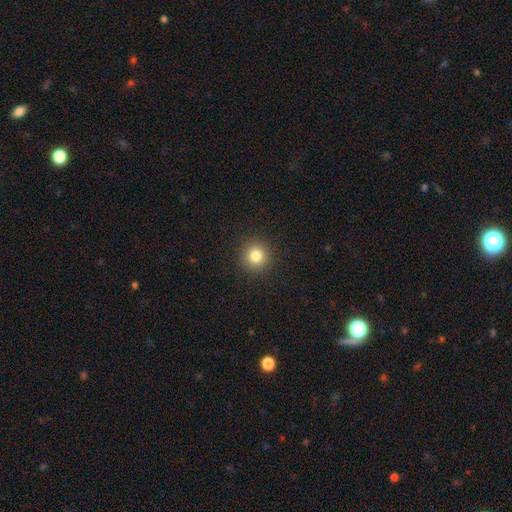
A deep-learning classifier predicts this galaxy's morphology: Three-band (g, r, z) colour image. It shows a smooth galaxy with no disk features (81%) that is round (93%). Merging: none (91%).